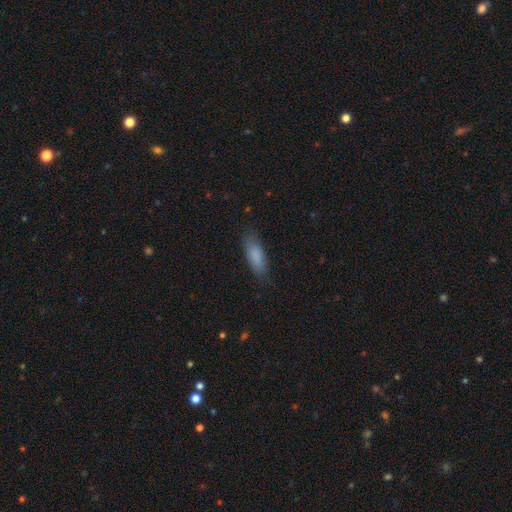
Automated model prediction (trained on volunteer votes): smooth_or_featured: smooth (p=0.85) [alt: featured or disk p=0.08]
how_rounded: in between (p=0.64) [alt: cigar-shaped p=0.34]
merging: none (p=0.81) [alt: minor disturbance p=0.14]